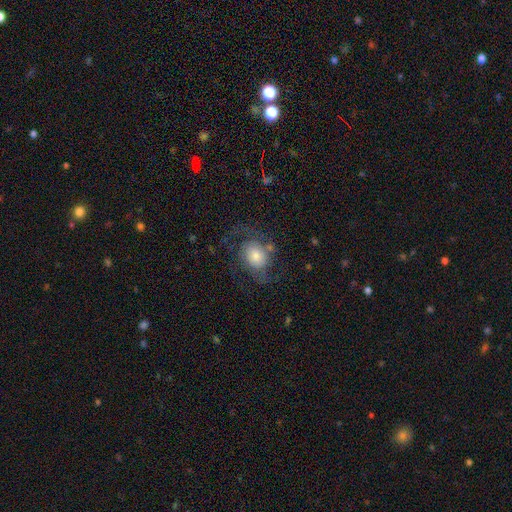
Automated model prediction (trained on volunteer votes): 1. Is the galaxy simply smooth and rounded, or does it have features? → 57% featured or disk, 33% smooth, 10% star or artifact.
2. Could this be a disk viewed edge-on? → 97% no, 3% yes.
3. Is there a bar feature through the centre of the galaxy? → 70% no, 25% weak, 6% strong.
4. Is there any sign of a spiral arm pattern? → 86% yes, 14% no.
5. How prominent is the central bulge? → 38% moderate, 29% small, 22% large, 7% dominant, 4% none.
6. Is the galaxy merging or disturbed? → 59% none, 20% major disturbance, 18% minor disturbance, 3% merger.